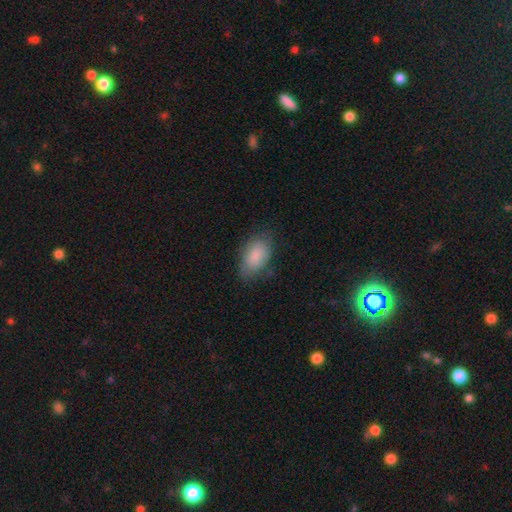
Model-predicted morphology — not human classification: smooth 84%, featured or disk 10%, star or artifact 6%. Down the decision tree: how rounded — in between (92%); merging — none (70%).